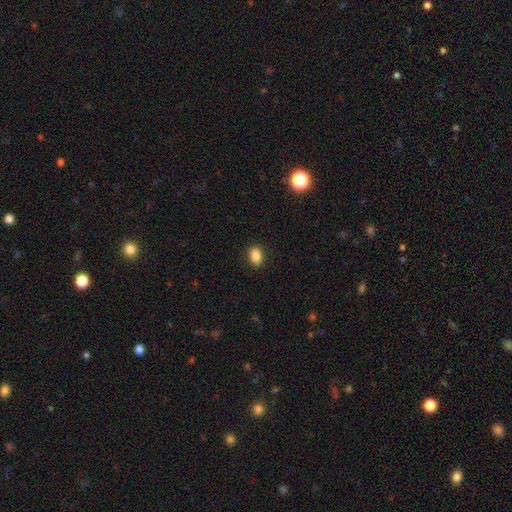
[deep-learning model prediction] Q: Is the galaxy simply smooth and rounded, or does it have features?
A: smooth — 87%.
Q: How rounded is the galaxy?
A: in between — 77%.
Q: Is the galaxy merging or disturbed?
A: none — 88%.